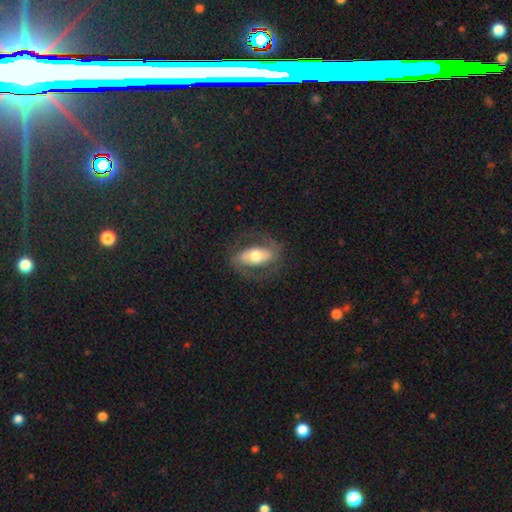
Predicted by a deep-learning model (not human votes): Smooth or featured? Predicted: featured or disk (p=0.53). Edge-on disk? Predicted: no (p=0.88). Merging? Predicted: none (p=0.74).